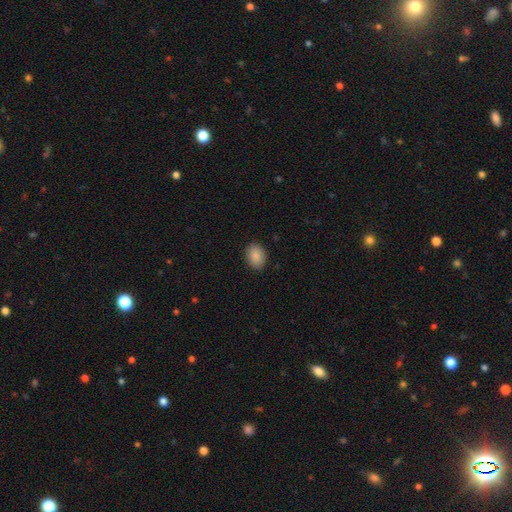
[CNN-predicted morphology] Smooth or featured?
  - smooth: 88% *
  - star or artifact: 7%
  - featured or disk: 4%
How rounded?
  - in between: 73% *
  - round: 26%
  - cigar-shaped: 1%
Merging?
  - none: 88% *
  - minor disturbance: 9%
  - major disturbance: 2%
  - merger: 1%